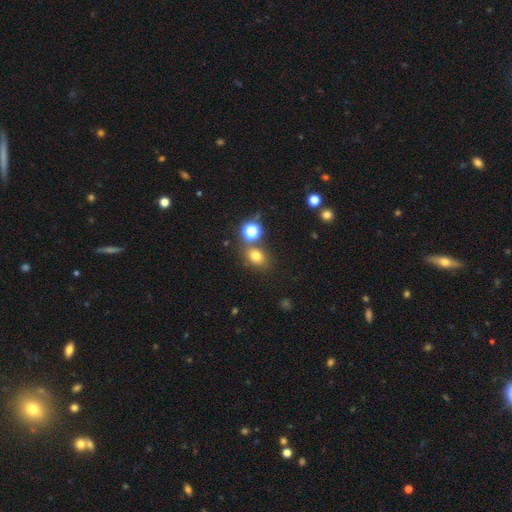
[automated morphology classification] The model was most divided on "how rounded": round: 52%, in between: 46%, cigar-shaped: 1%. More confident: smooth or featured — smooth (73%); merging — none (70%).